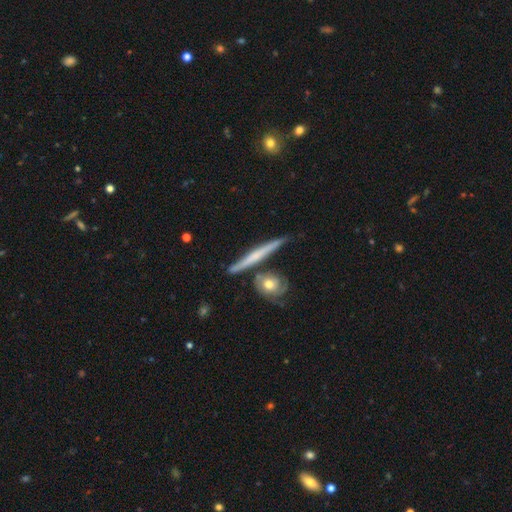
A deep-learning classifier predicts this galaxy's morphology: Overall: featured or disk (60%; smooth 34%). Edge-on disk: yes (90%). Edge-on bulge: none (69%). Merging: none (75%).